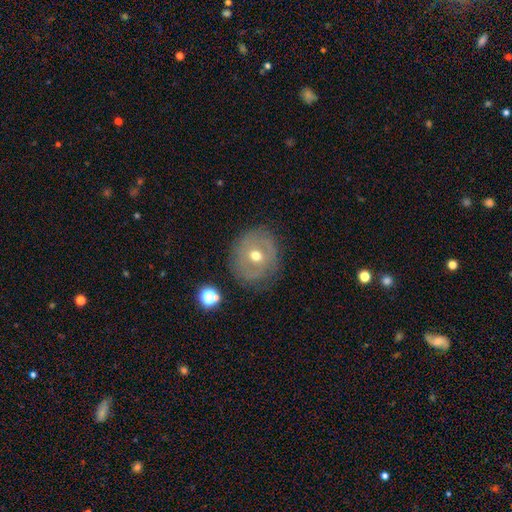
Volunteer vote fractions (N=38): Smooth or featured: featured or disk — 53% (smooth — 42%)
Edge-on disk: no — 90% (yes — 10%)
Bar: no — 78% (weak — 22%)
Spiral arms: no — 89% (yes — 11%)
Bulge size: moderate — 78% (small — 22%)
Merging: none — 78% (minor disturbance — 17%)